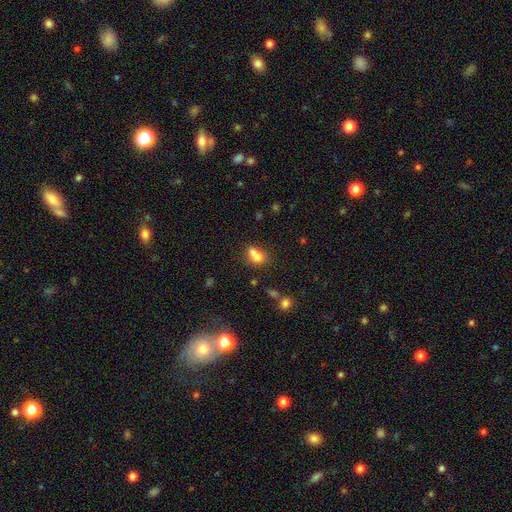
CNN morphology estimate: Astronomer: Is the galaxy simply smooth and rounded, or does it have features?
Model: smooth — 70%.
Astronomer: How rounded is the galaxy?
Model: round — 51% (runner-up: in between, 48%).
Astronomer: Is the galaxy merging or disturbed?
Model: merger — 63%.